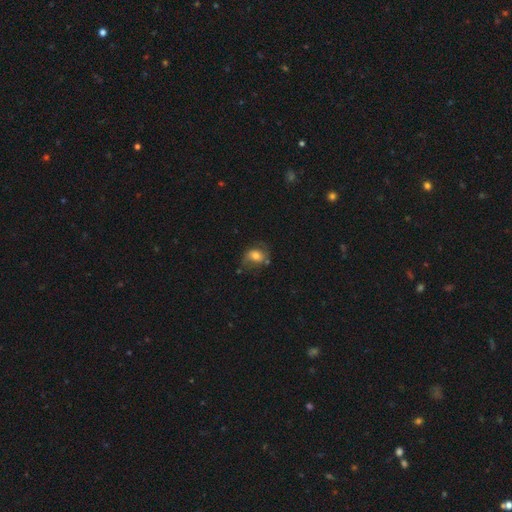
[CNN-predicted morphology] Smooth or featured? Predicted: smooth (p=0.51). How rounded? Predicted: in between (p=0.57). Merging? Predicted: none (p=0.56).